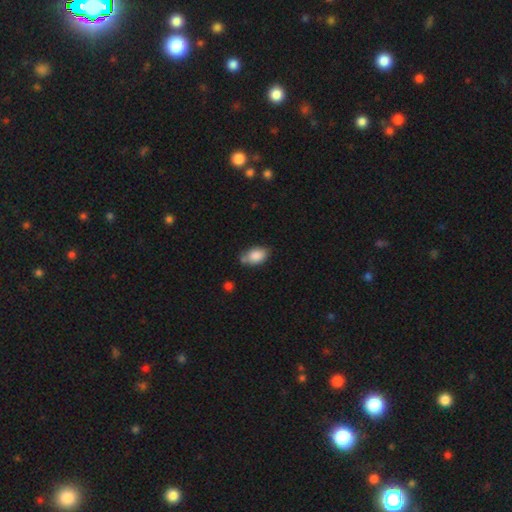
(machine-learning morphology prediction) Q: Smooth or featured?
A: smooth (86%); runner-up: star or artifact (8%)
Q: How rounded?
A: in between (90%); runner-up: round (8%)
Q: Merging?
A: none (61%); runner-up: minor disturbance (23%)